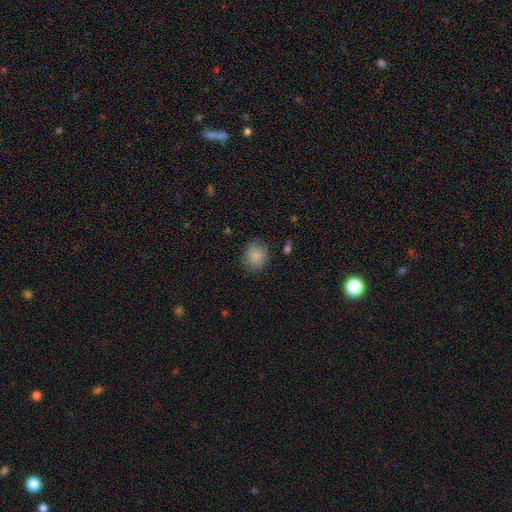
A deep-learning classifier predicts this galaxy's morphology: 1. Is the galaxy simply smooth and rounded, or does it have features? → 86% smooth, 8% star or artifact, 6% featured or disk.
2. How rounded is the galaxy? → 77% round, 22% in between, 1% cigar-shaped.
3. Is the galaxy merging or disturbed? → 83% none, 12% minor disturbance, 3% major disturbance, 1% merger.